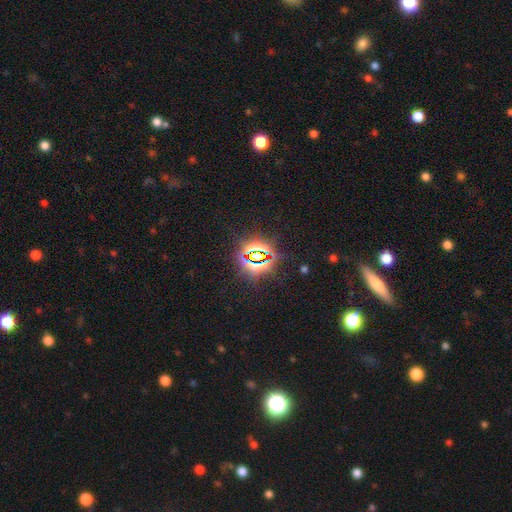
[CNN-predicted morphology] star or artifact 76%, smooth 14%, featured or disk 10%.